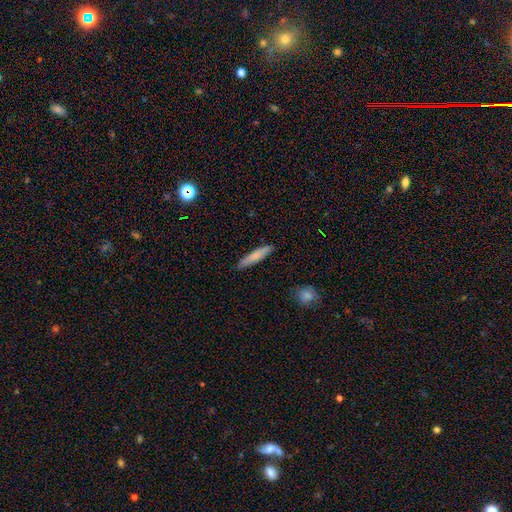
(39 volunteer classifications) Smooth or featured? smooth (56%)
How rounded? cigar-shaped (95%)
Merging? none (97%)